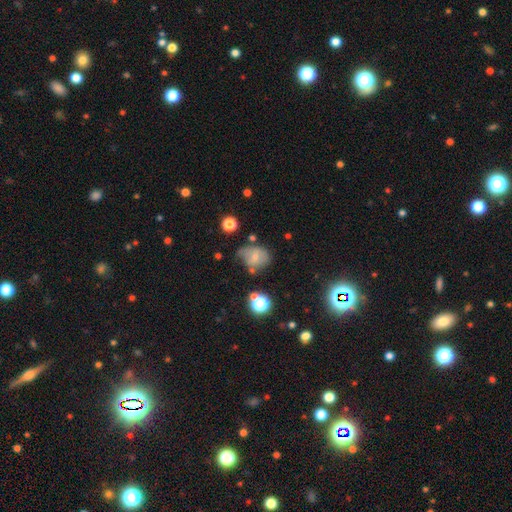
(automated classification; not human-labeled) Smooth or featured?
  - smooth: 58% *
  - featured or disk: 28%
  - star or artifact: 14%
How rounded?
  - in between: 56% *
  - round: 43%
  - cigar-shaped: 1%
Merging?
  - none: 37% *
  - minor disturbance: 36%
  - major disturbance: 19%
  - merger: 8%